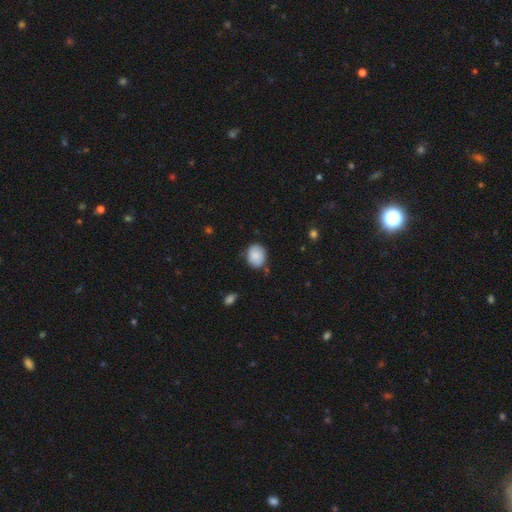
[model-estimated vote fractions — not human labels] A smooth galaxy with no disk features (84%) that is round (57%). Merging: none (76%).